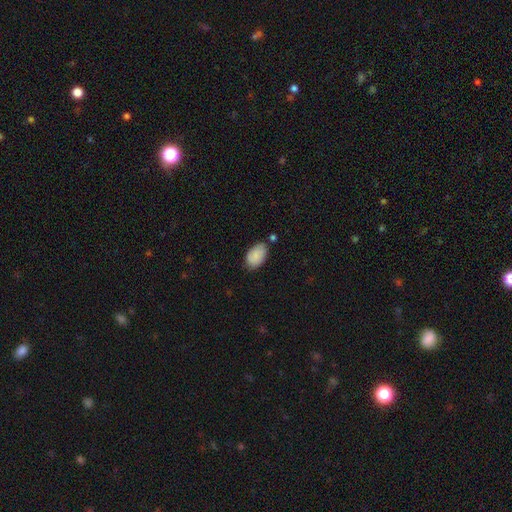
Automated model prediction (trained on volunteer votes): Smooth or featured? Predicted: smooth (p=0.83). How rounded? Predicted: in between (p=0.92). Merging? Predicted: none (p=0.66).